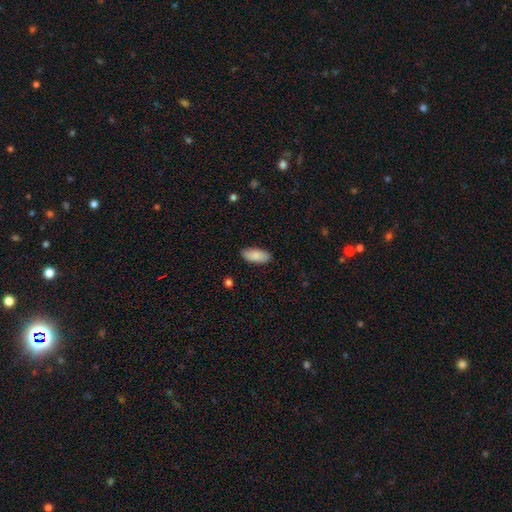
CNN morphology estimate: Smooth or featured? Predicted: smooth (p=0.88). How rounded? Predicted: in between (p=0.89). Merging? Predicted: none (p=0.87).